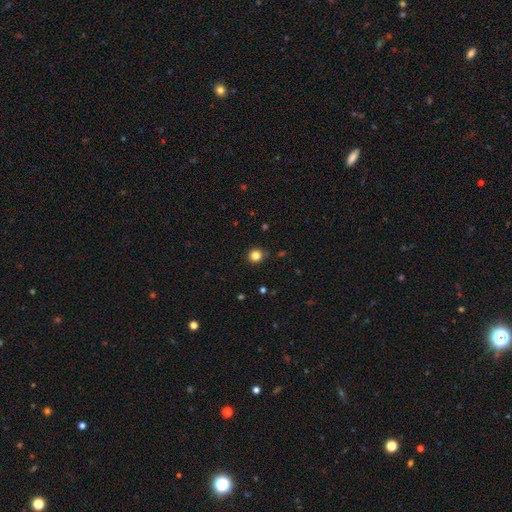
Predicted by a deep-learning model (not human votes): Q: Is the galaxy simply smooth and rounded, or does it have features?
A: smooth — 83%.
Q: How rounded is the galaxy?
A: round — 90%.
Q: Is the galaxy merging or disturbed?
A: none — 88%.